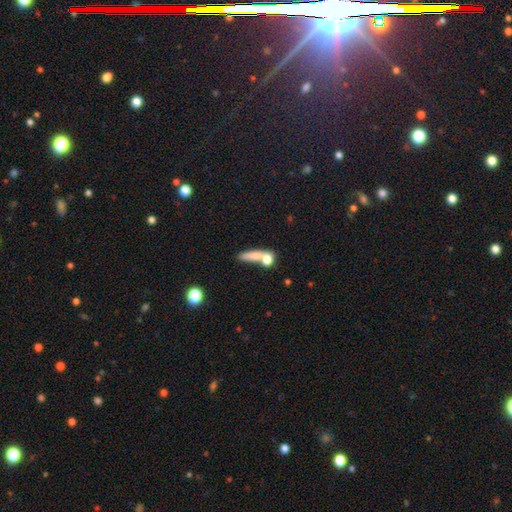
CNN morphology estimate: A smooth galaxy with no disk features (73%) that is cigar-shaped (57%). Merging: none (48%).